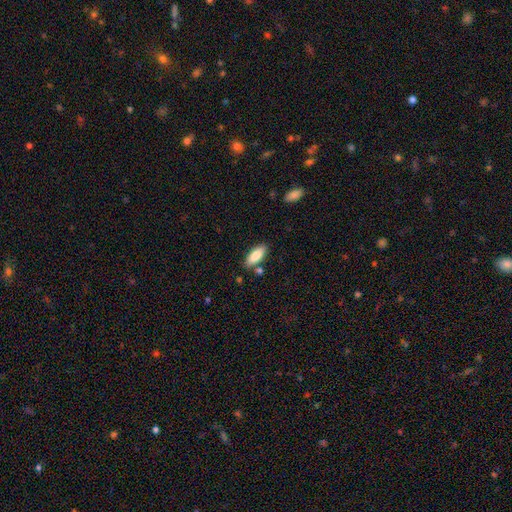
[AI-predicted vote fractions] Smooth or featured: smooth — 84% (featured or disk — 10%)
How rounded: in between — 74% (cigar-shaped — 24%)
Merging: none — 81% (minor disturbance — 12%)